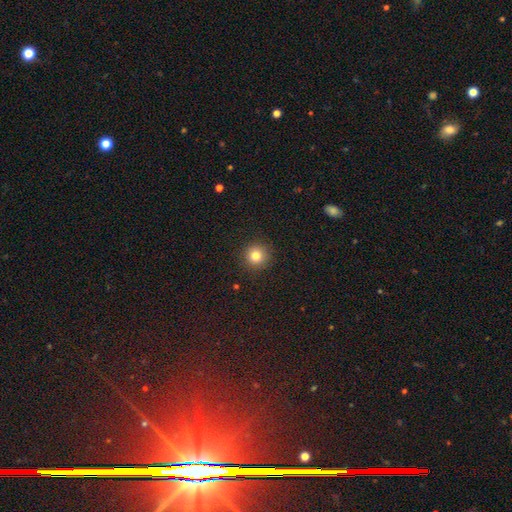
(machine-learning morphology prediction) smooth_or_featured: smooth (p=0.82) [alt: star or artifact p=0.12]
how_rounded: round (p=0.95) [alt: in between p=0.04]
merging: none (p=0.92) [alt: minor disturbance p=0.05]